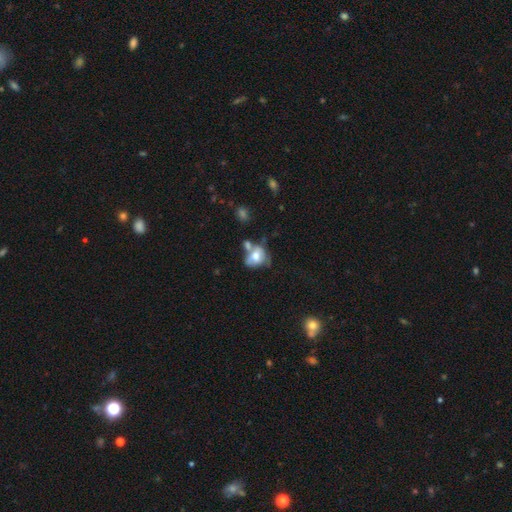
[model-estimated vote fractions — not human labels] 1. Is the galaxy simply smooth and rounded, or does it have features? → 57% smooth, 34% featured or disk, 9% star or artifact.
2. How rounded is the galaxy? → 57% in between, 41% round, 1% cigar-shaped.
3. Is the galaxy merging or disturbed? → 37% merger, 26% none, 22% minor disturbance, 16% major disturbance.